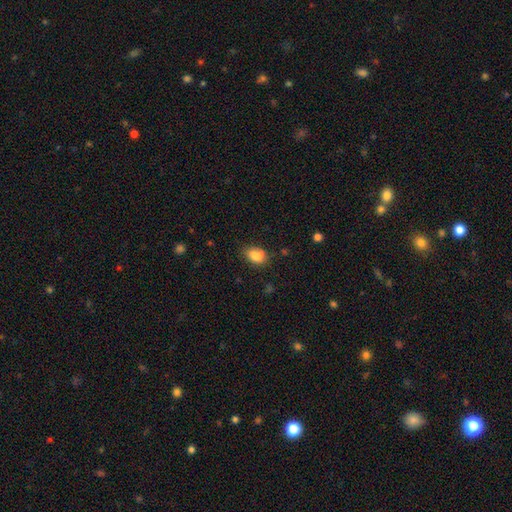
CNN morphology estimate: Smooth or featured?
  - smooth: 85% *
  - star or artifact: 8%
  - featured or disk: 7%
How rounded?
  - in between: 81% *
  - round: 18%
  - cigar-shaped: 1%
Merging?
  - none: 79% *
  - minor disturbance: 16%
  - major disturbance: 3%
  - merger: 2%